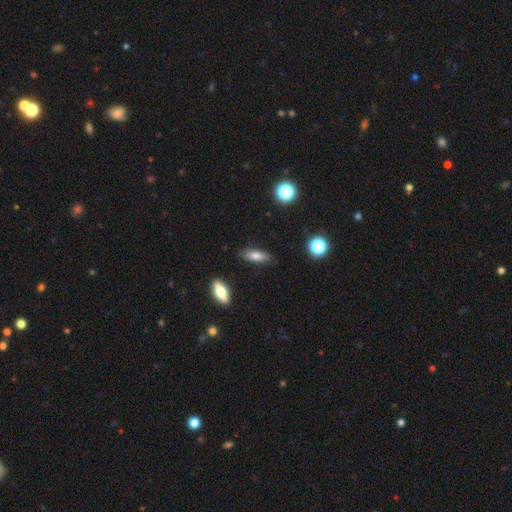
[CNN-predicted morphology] Smooth or featured?
  - smooth: 74% *
  - featured or disk: 18%
  - star or artifact: 9%
How rounded?
  - in between: 56% *
  - cigar-shaped: 40%
  - round: 3%
Merging?
  - none: 85% *
  - minor disturbance: 11%
  - major disturbance: 2%
  - merger: 2%